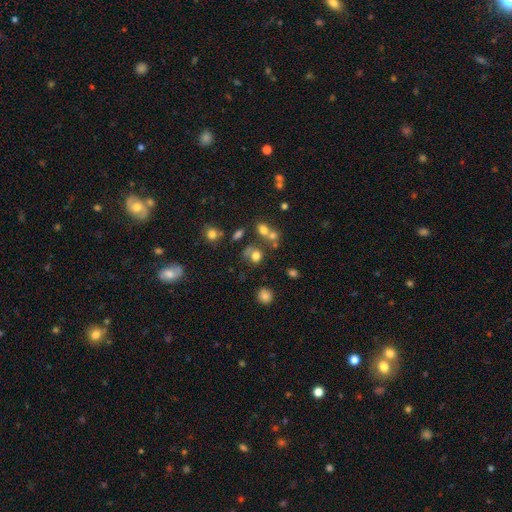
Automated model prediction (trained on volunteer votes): Smooth or featured? Predicted: smooth (p=0.69). How rounded? Predicted: round (p=0.71). Merging? Predicted: none (p=0.45).